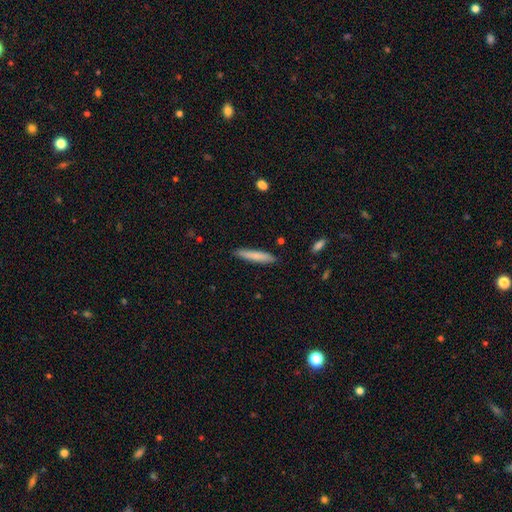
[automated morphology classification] Smooth or featured? smooth (79%)
How rounded? cigar-shaped (92%)
Merging? none (89%)